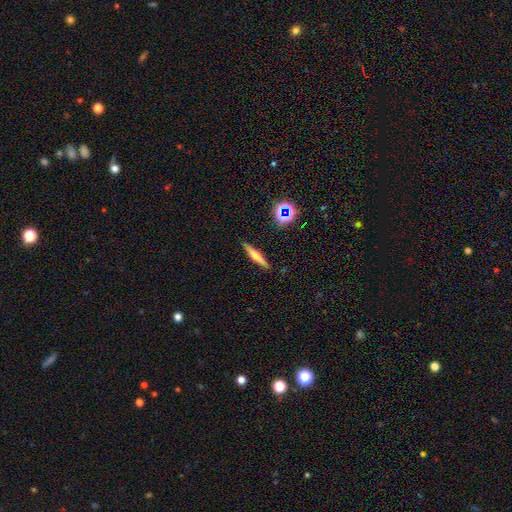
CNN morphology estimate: Smooth or featured: smooth — 47% (featured or disk — 43%)
Merging: none — 88% (minor disturbance — 8%)